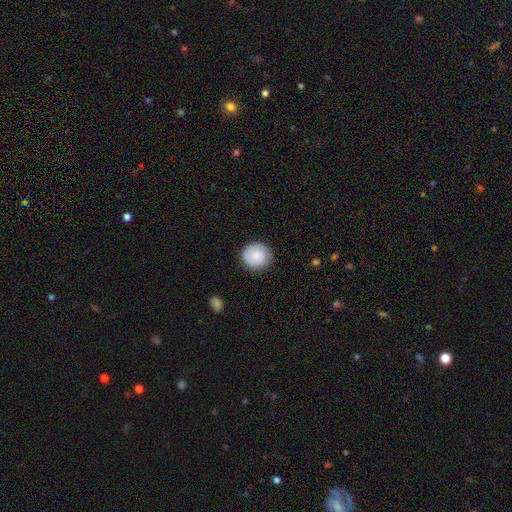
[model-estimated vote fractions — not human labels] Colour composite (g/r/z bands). It shows a smooth galaxy with no disk features (79%) that is round (90%). Merging: none (85%).